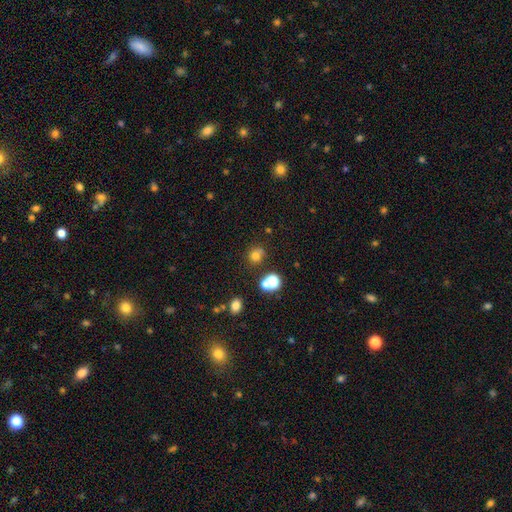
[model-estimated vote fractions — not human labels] Smooth or featured? smooth (71%)
How rounded? round (83%)
Merging? none (65%)